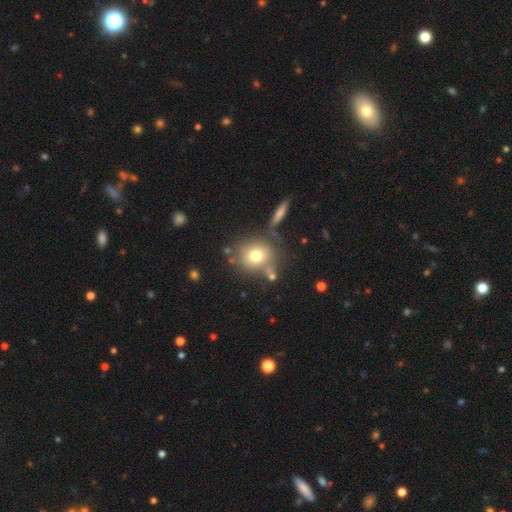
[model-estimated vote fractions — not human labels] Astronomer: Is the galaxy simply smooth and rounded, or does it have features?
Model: smooth — 73%.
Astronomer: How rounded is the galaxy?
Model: round — 83%.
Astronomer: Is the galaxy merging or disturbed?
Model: none — 71%.